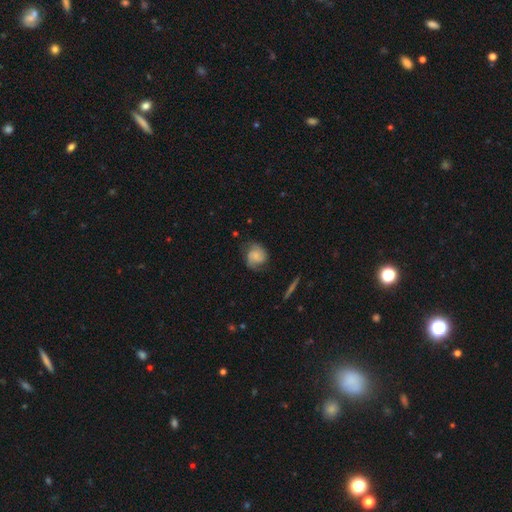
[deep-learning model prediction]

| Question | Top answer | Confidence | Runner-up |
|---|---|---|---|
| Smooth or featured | smooth | 48% | featured or disk (44%) |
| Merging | none | 59% | minor disturbance (27%) |